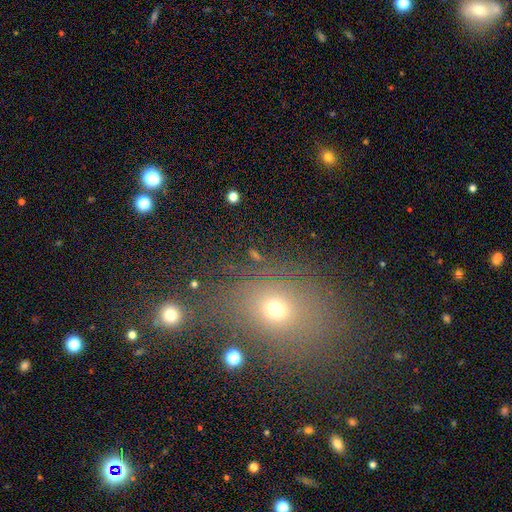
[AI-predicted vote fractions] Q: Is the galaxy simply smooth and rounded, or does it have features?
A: smooth — 50%.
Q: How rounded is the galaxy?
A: round — 53%.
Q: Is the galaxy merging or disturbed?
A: none — 76%.